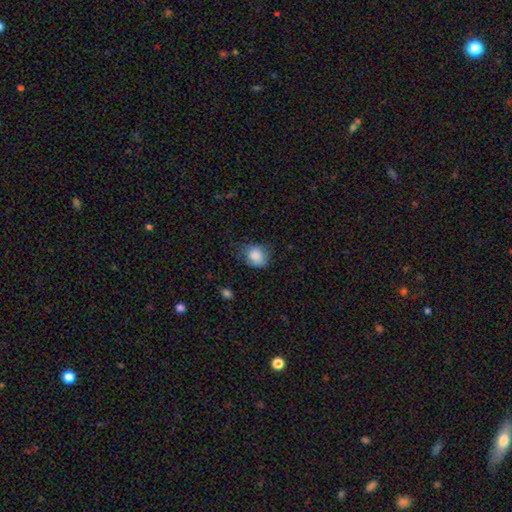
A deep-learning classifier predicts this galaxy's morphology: A smooth galaxy with no disk features (84%) that is round (52%).

Vote fractions:
- Smooth or featured? smooth: 84% / star or artifact: 8% / featured or disk: 8%
- How rounded? round: 52% / in between: 47% / cigar-shaped: 1%
- Merging? none: 58% / minor disturbance: 30% / major disturbance: 10% / merger: 2%